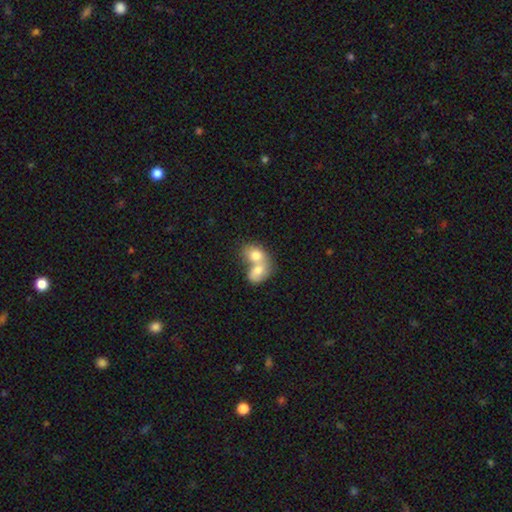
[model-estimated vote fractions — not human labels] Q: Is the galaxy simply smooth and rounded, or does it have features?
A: smooth — 72%.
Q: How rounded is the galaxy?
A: in between — 61%.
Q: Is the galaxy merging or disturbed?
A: merger — 78%.